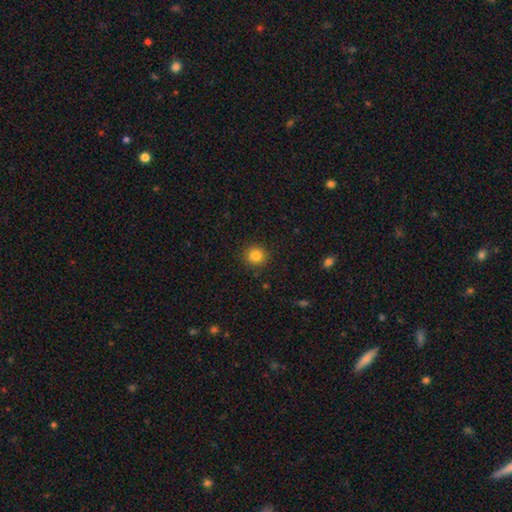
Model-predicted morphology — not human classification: smooth-or-featured: smooth: 83% | star or artifact: 11% | featured or disk: 5%
  how-rounded: round: 91% | in between: 8% | cigar-shaped: 1%
  merging: none: 91% | minor disturbance: 6% | major disturbance: 2% | merger: 1%